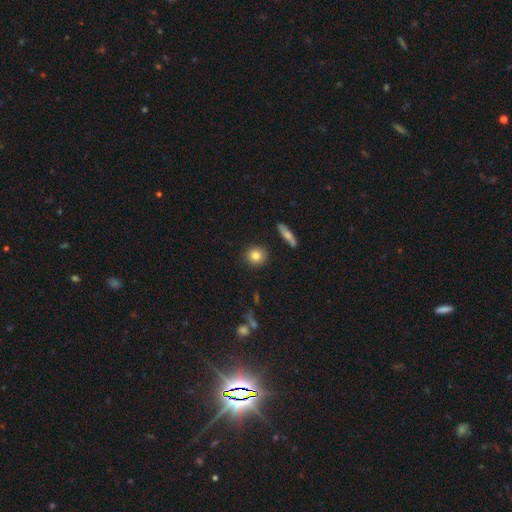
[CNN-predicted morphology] Smooth or featured?
  - smooth: 81% *
  - featured or disk: 10%
  - star or artifact: 9%
How rounded?
  - round: 87% *
  - in between: 11%
  - cigar-shaped: 2%
Merging?
  - none: 90% *
  - minor disturbance: 6%
  - merger: 2%
  - major disturbance: 2%